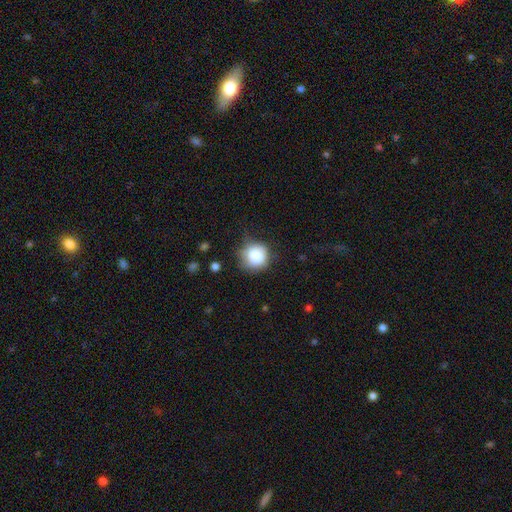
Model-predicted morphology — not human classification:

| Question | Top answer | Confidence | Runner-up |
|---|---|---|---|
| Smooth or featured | smooth | 83% | star or artifact (10%) |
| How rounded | round | 87% | in between (12%) |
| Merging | none | 58% | minor disturbance (29%) |